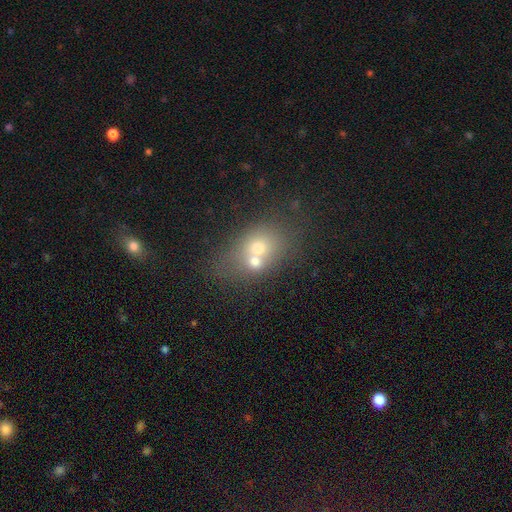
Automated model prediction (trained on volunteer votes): A smooth galaxy with no disk features (56%) that is in between round and cigar-shaped (51%). Merging: merger (62%).